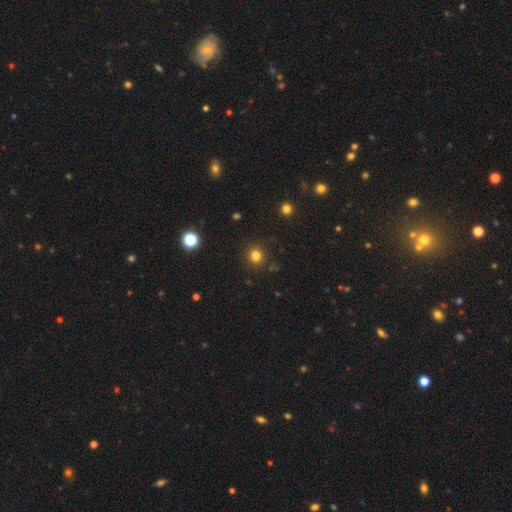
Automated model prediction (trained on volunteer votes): Smooth or featured?
  - smooth: 80% *
  - star or artifact: 15%
  - featured or disk: 5%
How rounded?
  - round: 91% *
  - in between: 8%
  - cigar-shaped: 1%
Merging?
  - none: 88% *
  - minor disturbance: 7%
  - major disturbance: 3%
  - merger: 2%